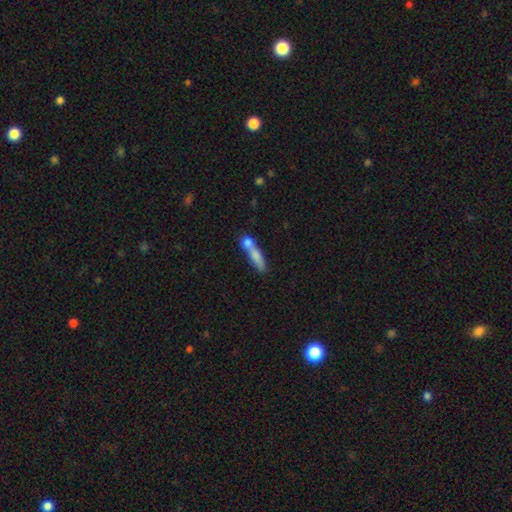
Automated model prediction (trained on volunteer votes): Q: Smooth or featured?
A: smooth (71%); runner-up: featured or disk (22%)
Q: How rounded?
A: cigar-shaped (76%); runner-up: in between (20%)
Q: Merging?
A: merger (44%); runner-up: none (38%)